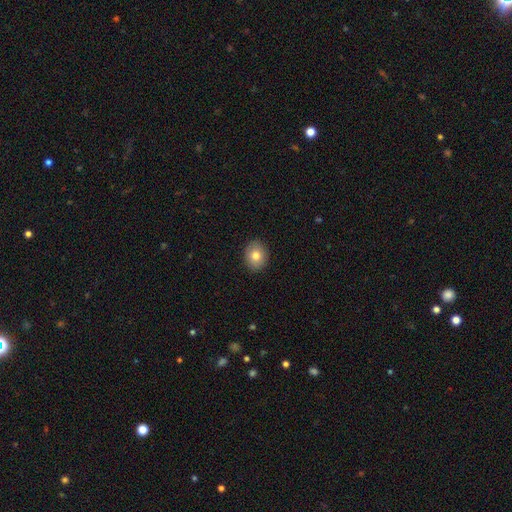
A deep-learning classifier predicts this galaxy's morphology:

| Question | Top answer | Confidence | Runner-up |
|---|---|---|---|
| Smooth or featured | smooth | 79% | featured or disk (13%) |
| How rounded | round | 51% | in between (49%) |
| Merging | none | 90% | minor disturbance (8%) |